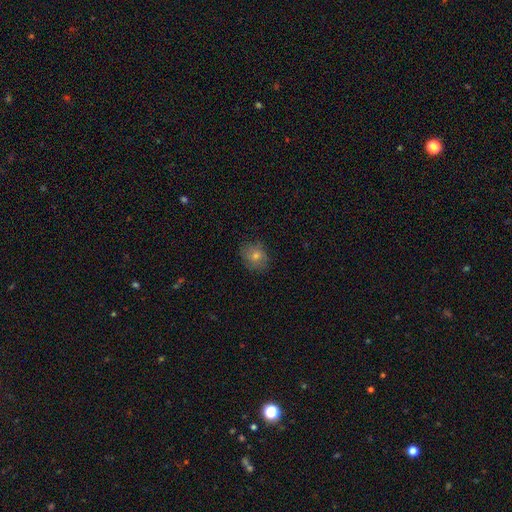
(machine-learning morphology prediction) Q: Smooth or featured?
A: smooth (68%); runner-up: featured or disk (18%)
Q: How rounded?
A: round (63%); runner-up: in between (36%)
Q: Merging?
A: none (81%); runner-up: minor disturbance (15%)